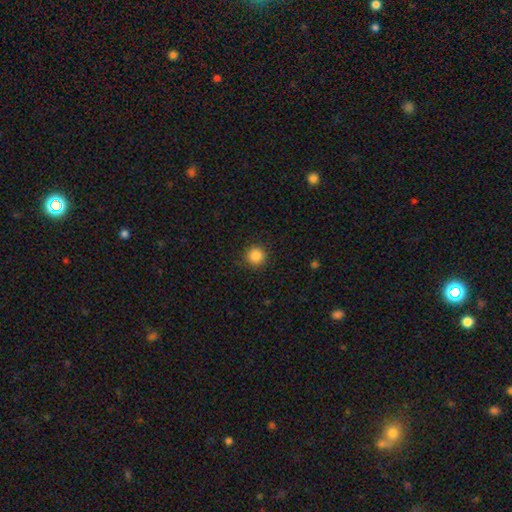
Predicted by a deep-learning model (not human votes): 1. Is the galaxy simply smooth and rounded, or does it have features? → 86% smooth, 10% star or artifact, 3% featured or disk.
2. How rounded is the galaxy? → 95% round, 4% in between, 1% cigar-shaped.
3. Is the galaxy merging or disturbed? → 90% none, 7% minor disturbance, 2% major disturbance, 1% merger.